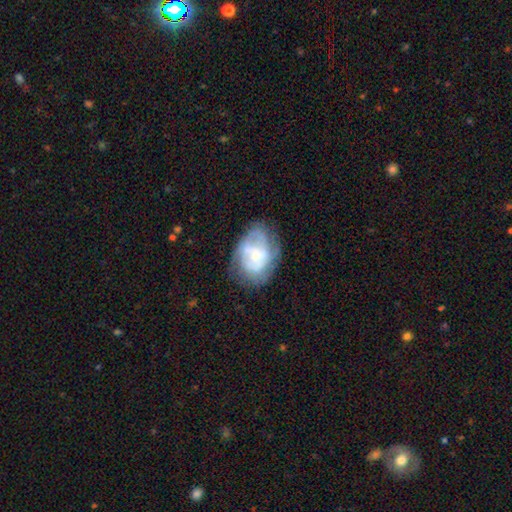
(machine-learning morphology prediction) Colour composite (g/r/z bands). It shows a featured or disk galaxy (61%) with no bar (75%), spiral arms (55%) and a small central bulge (59%). Merging: none (53%).